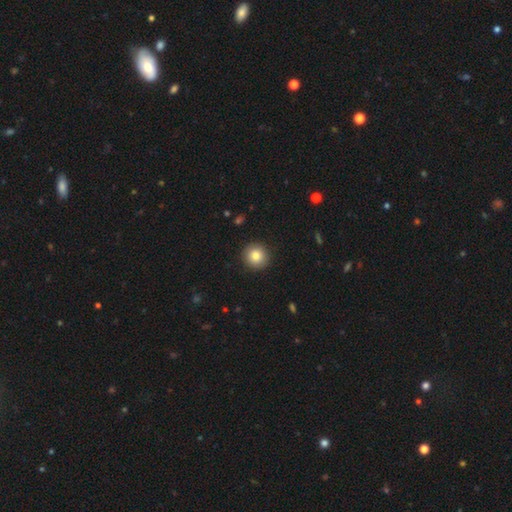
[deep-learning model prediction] This is clearly a smooth galaxy (82%). How rounded: clearly round (94%). Merging: clearly none (91%).